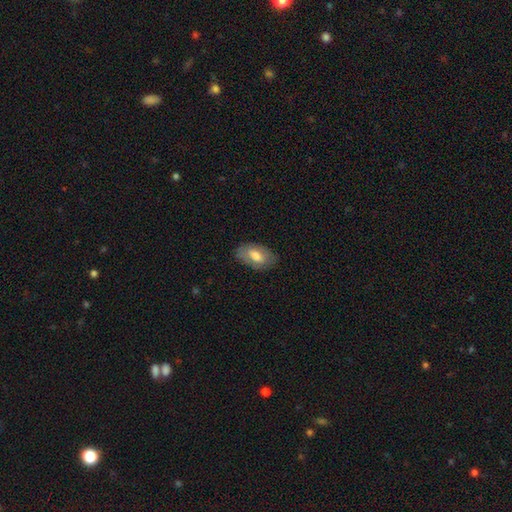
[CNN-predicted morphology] The model was most divided on "smooth or featured": smooth: 67%, featured or disk: 27%, star or artifact: 6%. More confident: how rounded — in between (93%); merging — none (79%).